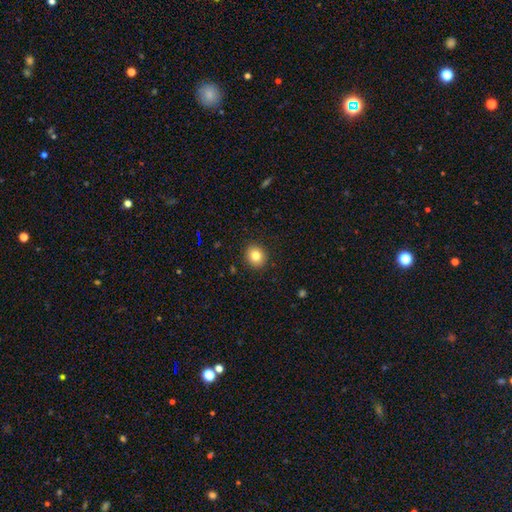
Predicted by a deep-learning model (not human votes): Smooth or featured? smooth (81%)
How rounded? round (76%)
Merging? none (91%)